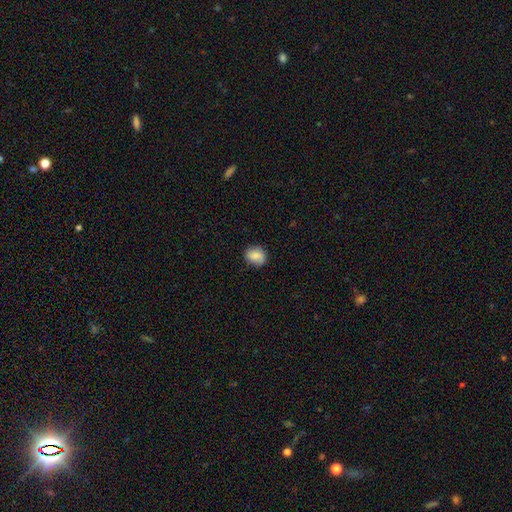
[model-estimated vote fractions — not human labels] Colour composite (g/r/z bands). It shows a smooth galaxy with no disk features (82%) that is round (63%). Merging: none (80%).